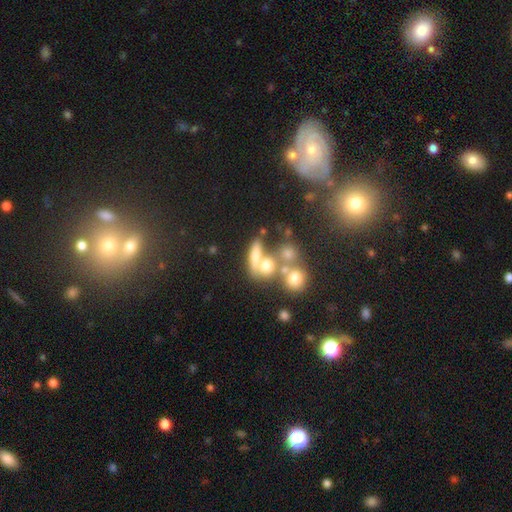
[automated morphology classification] This appears to be a smooth galaxy with no disk features (62%) that is in between round and cigar-shaped (45%). Merging: merger (41%).